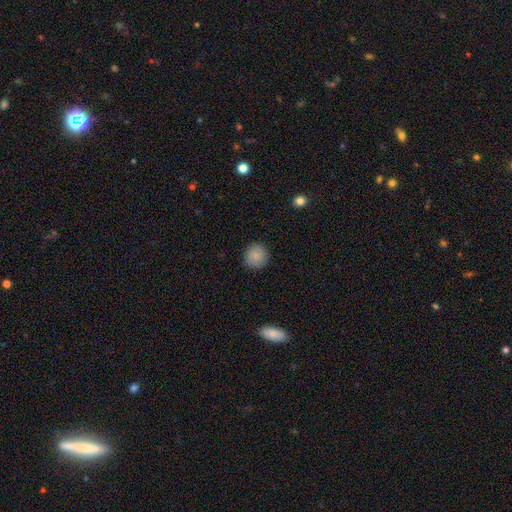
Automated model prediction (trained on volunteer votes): Morphology: type=smooth (86%); roundness=round (92%); merging=none (88%).